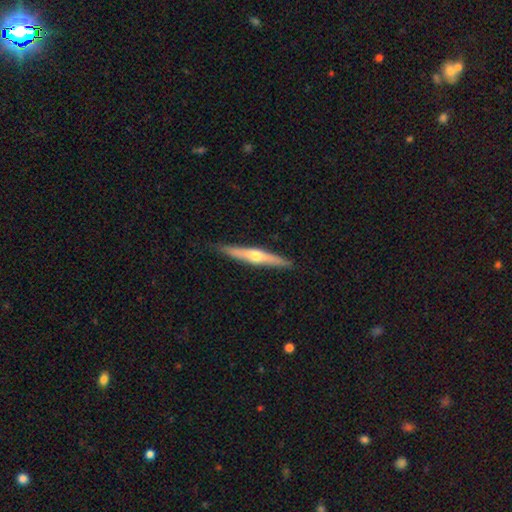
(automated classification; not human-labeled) Morphology: type=featured or disk (62%); edge-on=yes (96%); edge-on bulge=rounded (90%); merging=none (89%).